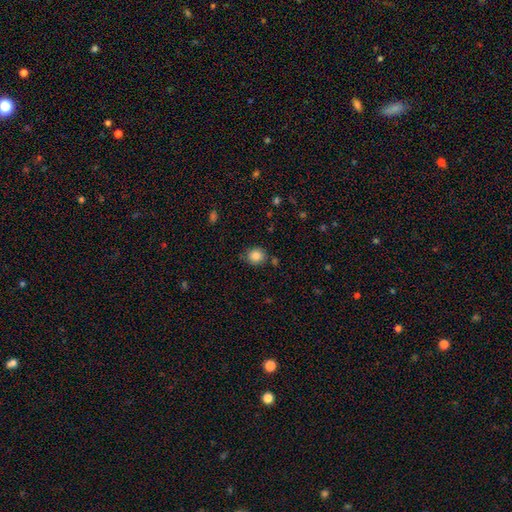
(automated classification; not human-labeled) Smooth or featured: smooth — 86% (star or artifact — 10%)
How rounded: round — 83% (in between — 16%)
Merging: none — 80% (minor disturbance — 12%)